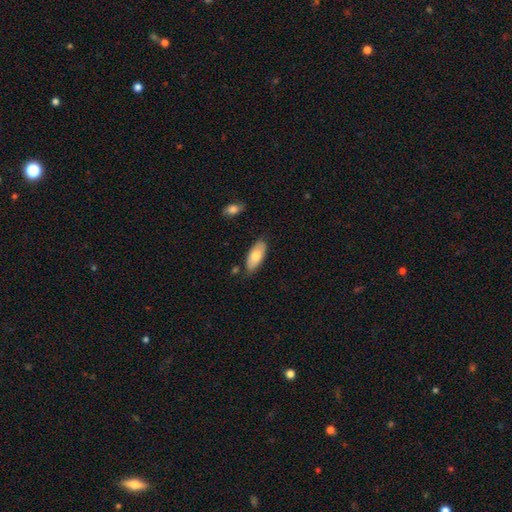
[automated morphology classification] The model was most divided on "smooth or featured": smooth: 76%, featured or disk: 18%, star or artifact: 6%. More confident: how rounded — in between (89%); merging — none (78%).